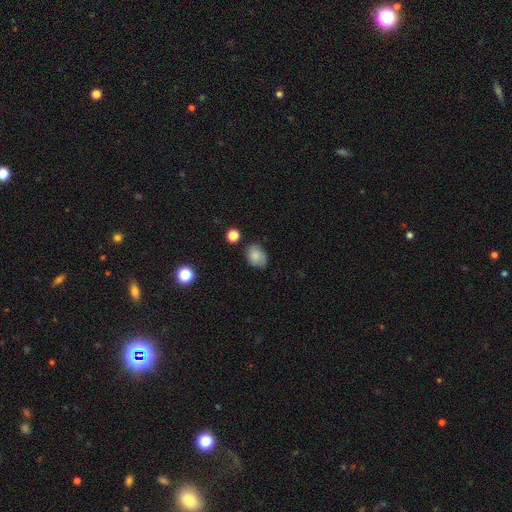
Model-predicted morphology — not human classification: The model was most divided on "how rounded": in between: 64%, round: 35%, cigar-shaped: 1%. More confident: smooth or featured — smooth (79%); merging — none (69%).